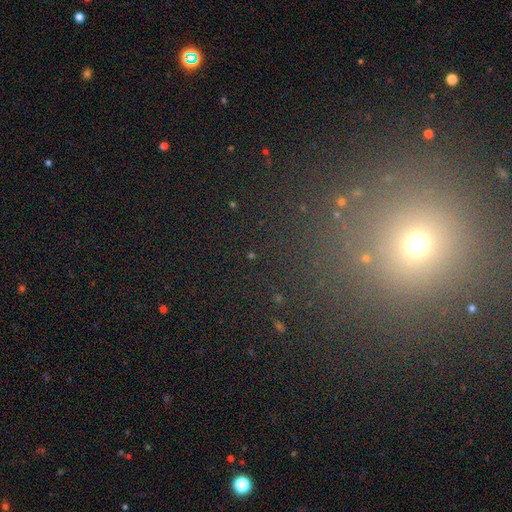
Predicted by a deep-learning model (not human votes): smooth_or_featured: star or artifact (p=0.51) [alt: smooth p=0.41]